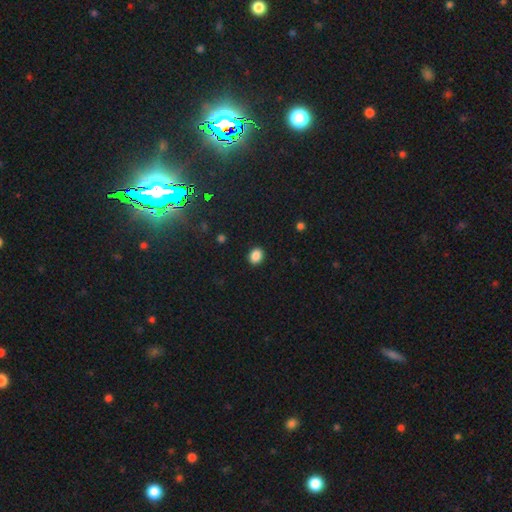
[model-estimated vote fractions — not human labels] Smooth or featured? Predicted: smooth (p=0.87). How rounded? Predicted: round (p=0.51). Merging? Predicted: none (p=0.91).